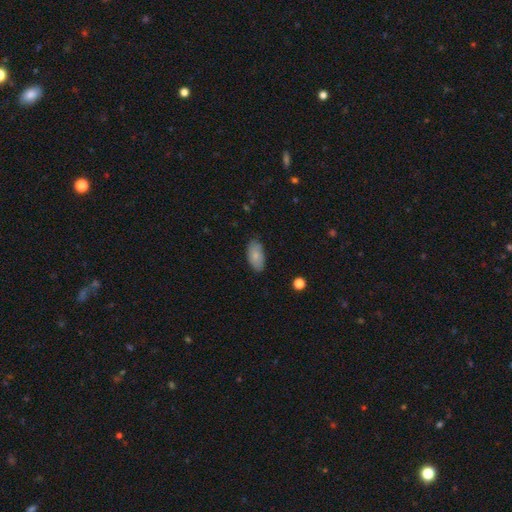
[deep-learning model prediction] smooth-or-featured: smooth: 81% | featured or disk: 12% | star or artifact: 6%
  how-rounded: in between: 94% | cigar-shaped: 3% | round: 3%
  merging: none: 83% | minor disturbance: 14% | major disturbance: 2% | merger: 1%